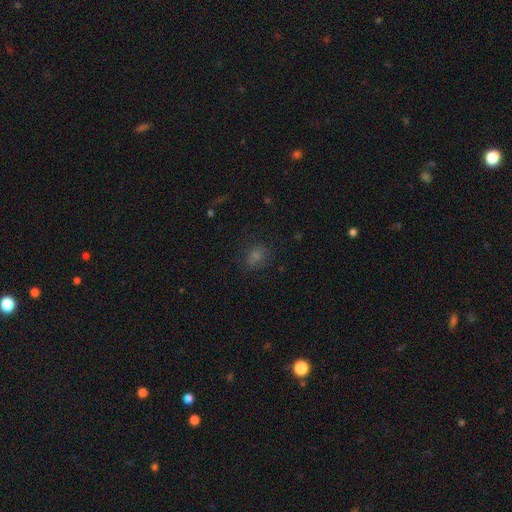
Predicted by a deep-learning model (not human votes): Smooth or featured? Predicted: smooth (p=0.60). How rounded? Predicted: round (p=0.60). Merging? Predicted: none (p=0.81).